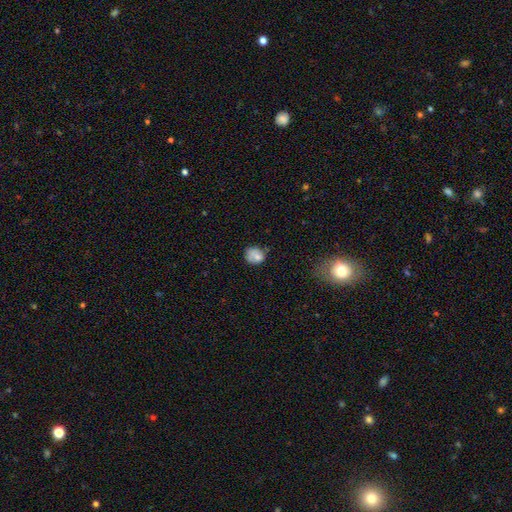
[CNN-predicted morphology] Smooth or featured?
  - smooth: 75% *
  - featured or disk: 15%
  - star or artifact: 10%
How rounded?
  - round: 71% *
  - in between: 28%
  - cigar-shaped: 1%
Merging?
  - none: 57% *
  - minor disturbance: 28%
  - major disturbance: 9%
  - merger: 6%